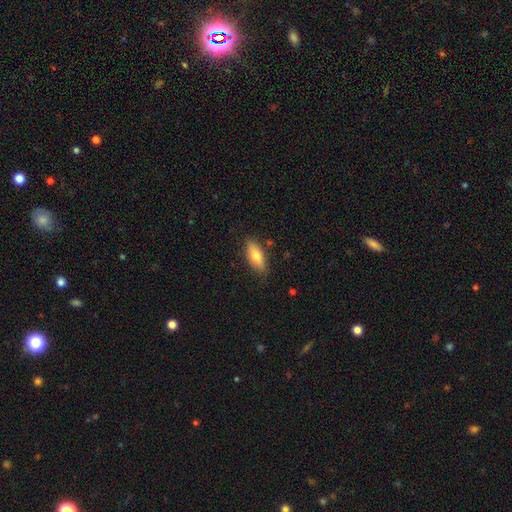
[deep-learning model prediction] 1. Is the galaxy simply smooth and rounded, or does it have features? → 71% smooth, 23% featured or disk, 6% star or artifact.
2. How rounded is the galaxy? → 72% in between, 25% cigar-shaped, 3% round.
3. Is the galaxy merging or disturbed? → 83% none, 13% minor disturbance, 2% major disturbance, 2% merger.